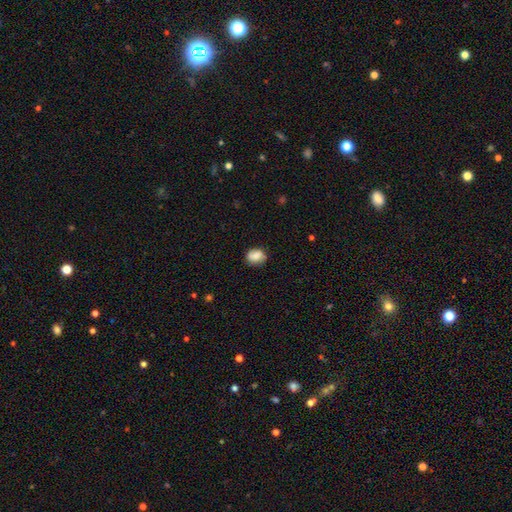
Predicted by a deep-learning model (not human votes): This appears to be a smooth galaxy with no disk features (78%) that is round (54%). Merging: none (72%).